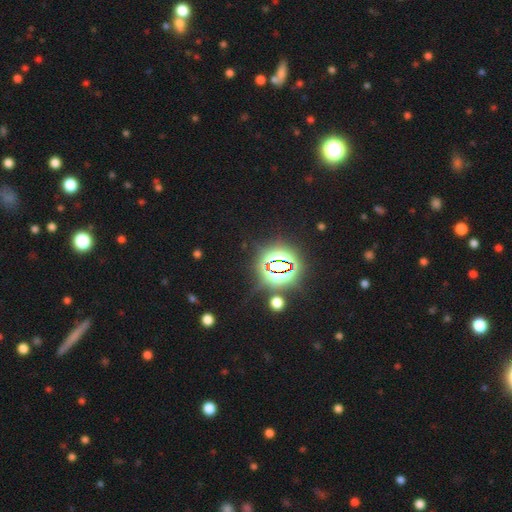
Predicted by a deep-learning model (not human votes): Smooth or featured? star or artifact (81%)